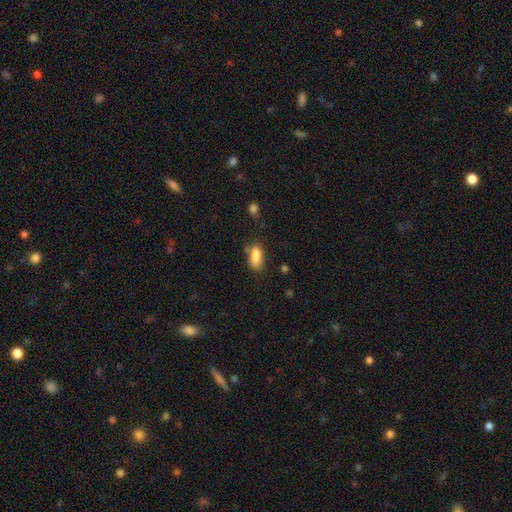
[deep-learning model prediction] This appears to be a smooth galaxy with no disk features (83%) that is in between round and cigar-shaped (80%). Merging: none (55%).